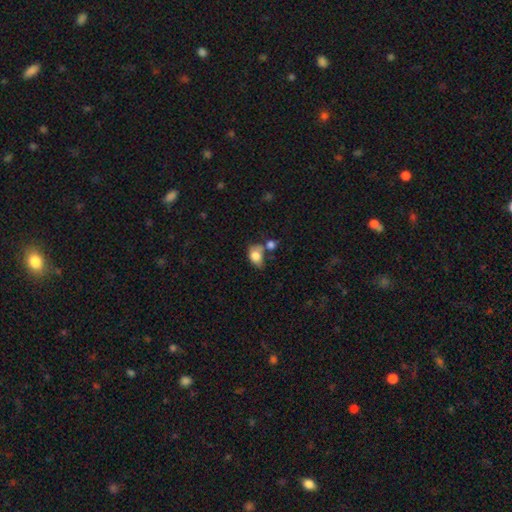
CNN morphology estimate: type=smooth (79%); roundness=in between (78%); merging=none (36%).